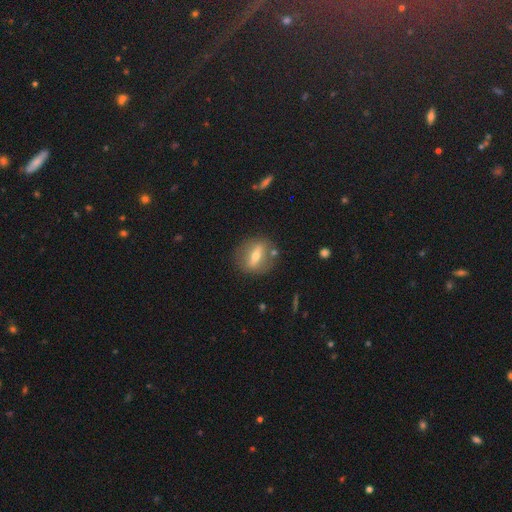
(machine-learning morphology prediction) featured or disk 55%, smooth 36%, star or artifact 9%. Down the decision tree: edge-on disk — no (56%); merging — none (82%).